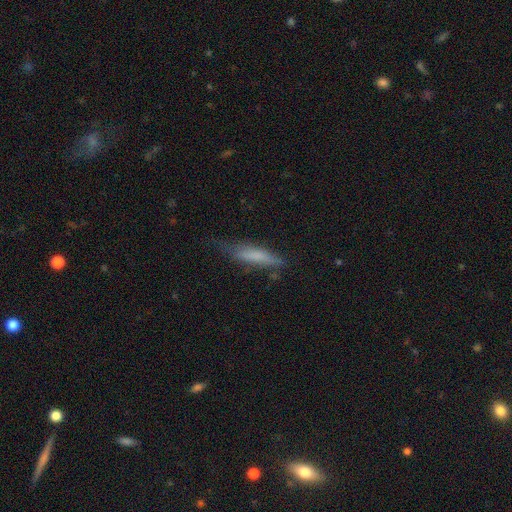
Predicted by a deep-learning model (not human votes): smooth-or-featured: smooth: 65% | featured or disk: 28% | star or artifact: 8%
  how-rounded: cigar-shaped: 82% | in between: 16% | round: 2%
  merging: none: 57% | minor disturbance: 30% | major disturbance: 11% | merger: 3%